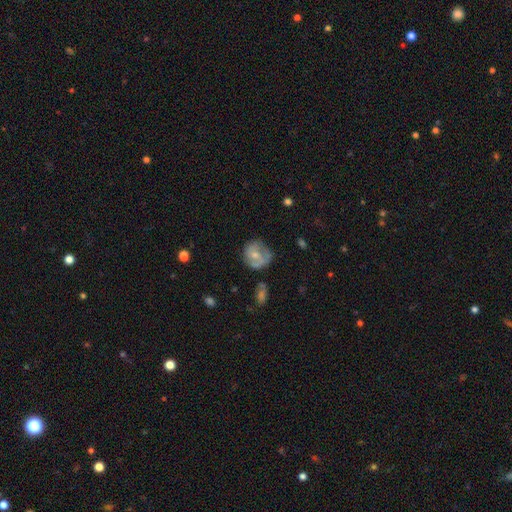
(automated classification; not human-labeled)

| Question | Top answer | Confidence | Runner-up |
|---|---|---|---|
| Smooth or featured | featured or disk | 52% | smooth (41%) |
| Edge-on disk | no | 97% | yes (3%) |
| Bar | no | 55% | weak (36%) |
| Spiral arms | yes | 64% | no (36%) |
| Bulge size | moderate | 46% | small (45%) |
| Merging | none | 58% | minor disturbance (26%) |